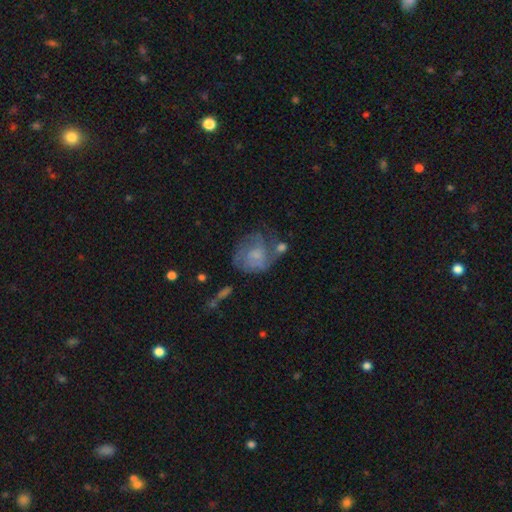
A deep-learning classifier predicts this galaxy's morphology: This is possibly a featured or disk galaxy (55%). It is clearly not viewed edge-on (98%). Bar: likely no (73%). Spiral arm pattern: likely yes (73%). Central bulge: possibly small (46%). Merging: marginally none (43%).